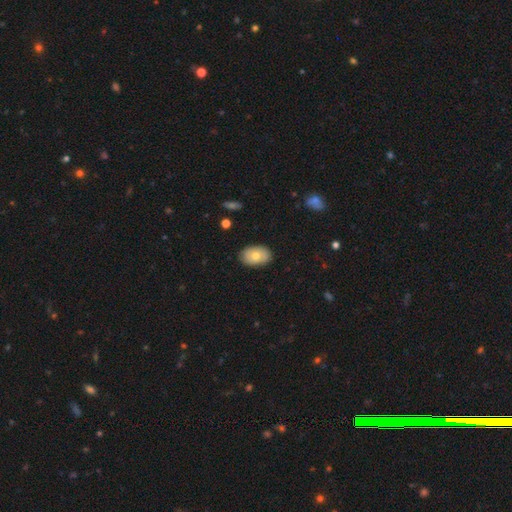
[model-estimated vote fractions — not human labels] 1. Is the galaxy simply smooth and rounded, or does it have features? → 66% smooth, 28% featured or disk, 7% star or artifact.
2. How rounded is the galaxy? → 88% in between, 10% round, 1% cigar-shaped.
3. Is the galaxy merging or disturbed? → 85% none, 12% minor disturbance, 2% major disturbance, 1% merger.